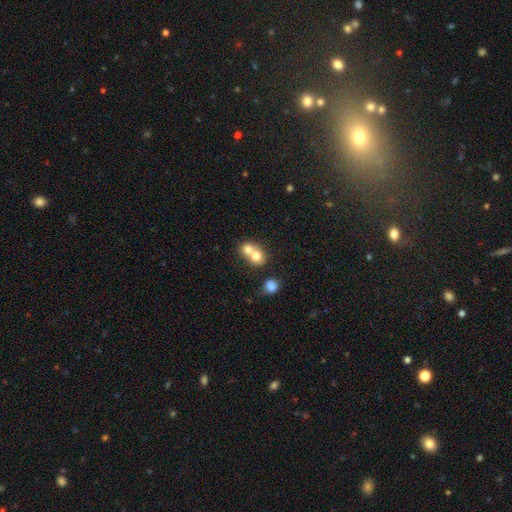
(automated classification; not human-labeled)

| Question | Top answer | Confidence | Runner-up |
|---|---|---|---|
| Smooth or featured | smooth | 71% | featured or disk (19%) |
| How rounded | round | 68% | in between (31%) |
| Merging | merger | 70% | none (22%) |